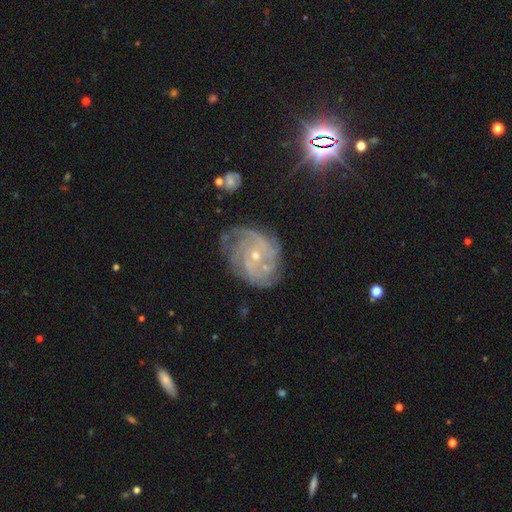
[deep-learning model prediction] A featured or disk galaxy (83%) with no bar (69%), tight (61%) spiral arms (95%) and a small central bulge (75%). Merging: none (68%).